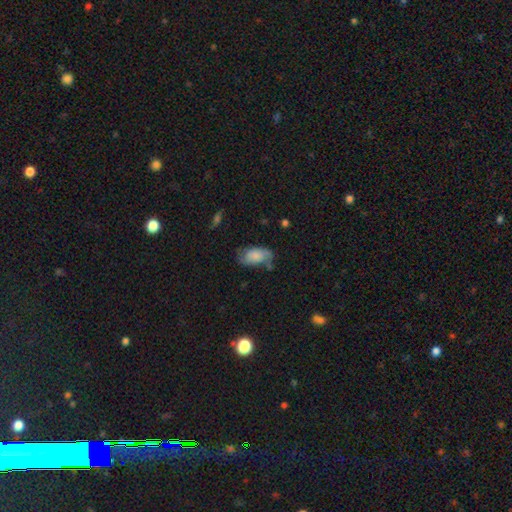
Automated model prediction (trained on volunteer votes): Smooth or featured?
  - smooth: 73% *
  - featured or disk: 19%
  - star or artifact: 8%
How rounded?
  - in between: 93% *
  - round: 4%
  - cigar-shaped: 3%
Merging?
  - none: 53% *
  - minor disturbance: 31%
  - major disturbance: 11%
  - merger: 5%